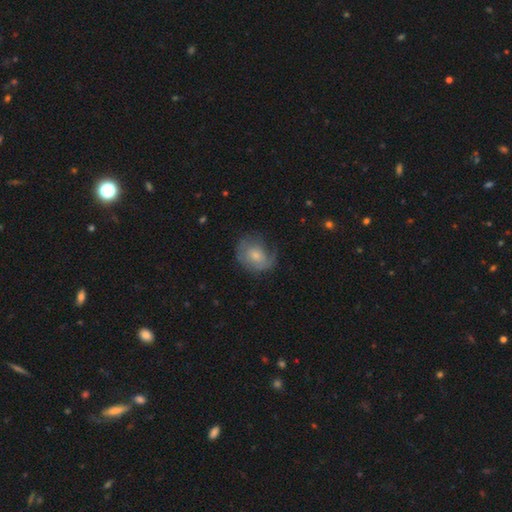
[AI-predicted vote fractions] This appears to be a smooth galaxy with no disk features (53%) that is in between round and cigar-shaped (51%). Merging: none (48%).